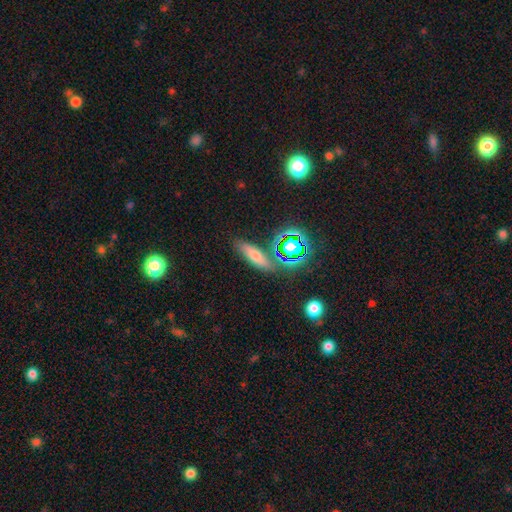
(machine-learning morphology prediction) Smooth or featured? Predicted: smooth (p=0.58). How rounded? Predicted: cigar-shaped (p=0.52). Merging? Predicted: none (p=0.74).